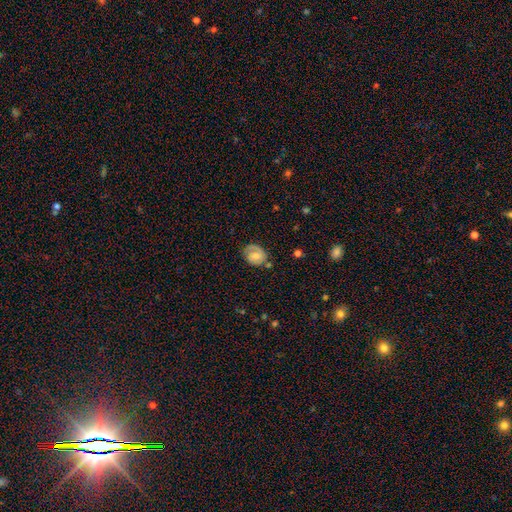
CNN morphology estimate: The model was most divided on "bulge size": moderate: 44%, small: 43%, none: 8%, large: 4%, dominant: 1%. More confident: edge-on disk — no (97%); spiral arms — yes (86%); merging — none (65%); smooth or featured — featured or disk (58%); bar — no (54%).